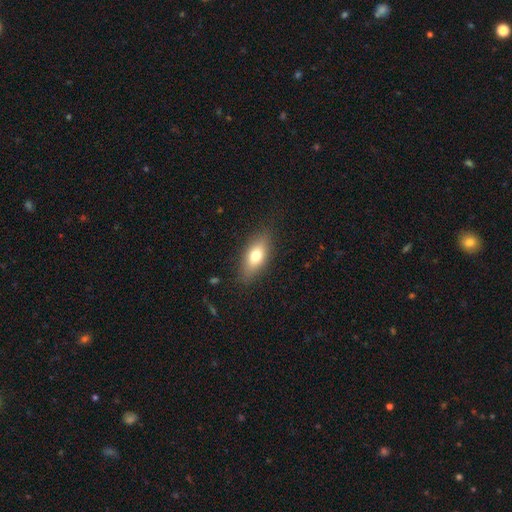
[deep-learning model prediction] Morphology: type=smooth (72%); roundness=in between (78%); merging=none (83%).